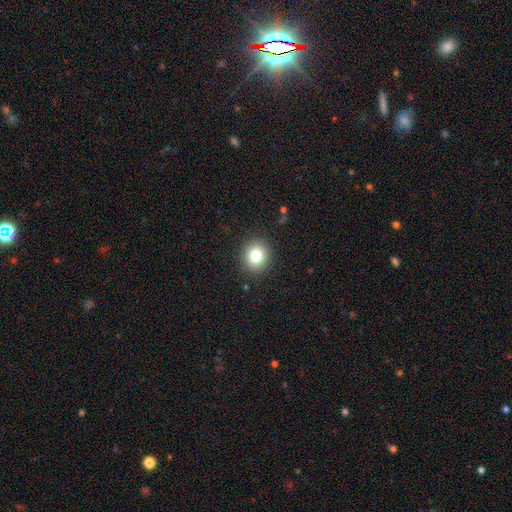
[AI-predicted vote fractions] This appears to be a smooth galaxy with no disk features (80%) that is round (81%). Merging: none (89%).